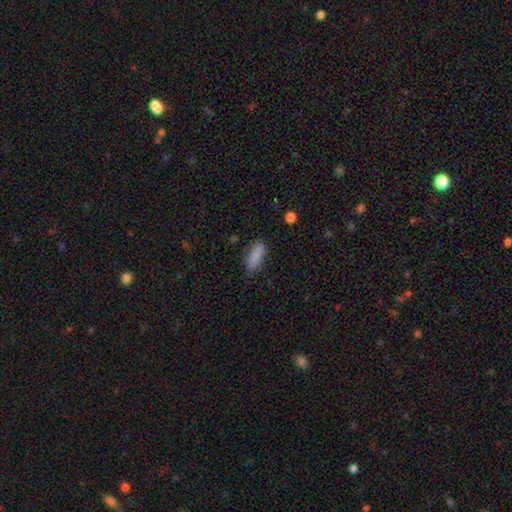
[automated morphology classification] Smooth or featured: smooth — 84% (featured or disk — 8%)
How rounded: in between — 56% (cigar-shaped — 42%)
Merging: none — 74% (minor disturbance — 19%)